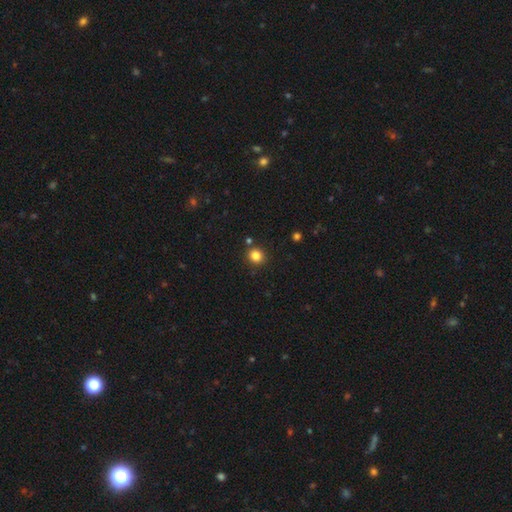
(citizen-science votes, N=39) Smooth or featured? smooth (85%)
How rounded? round (94%)
Merging? none (81%)